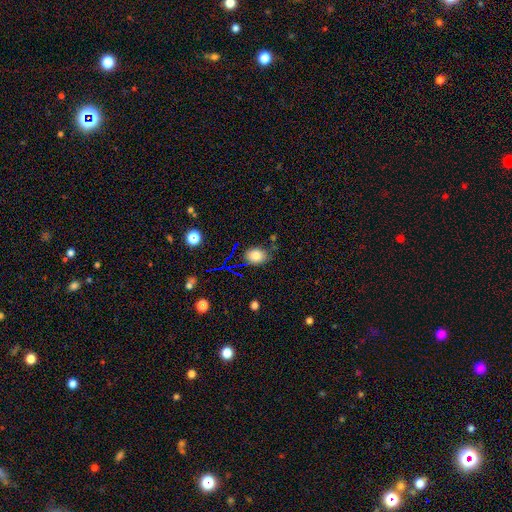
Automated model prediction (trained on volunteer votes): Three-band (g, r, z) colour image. It shows a smooth galaxy with no disk features (79%) that is in between round and cigar-shaped (63%). Merging: none (75%).